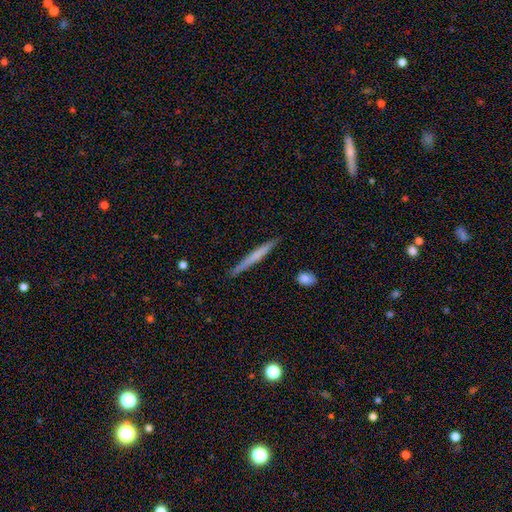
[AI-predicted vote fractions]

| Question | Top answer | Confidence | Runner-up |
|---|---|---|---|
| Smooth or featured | smooth | 55% | featured or disk (39%) |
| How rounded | cigar-shaped | 97% | in between (2%) |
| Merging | none | 89% | minor disturbance (8%) |